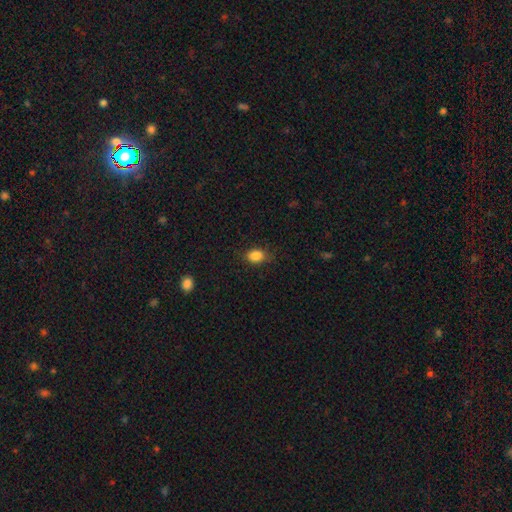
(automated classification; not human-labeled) This is clearly a smooth galaxy (86%). How rounded: likely in between (70%). Merging: likely none (80%).